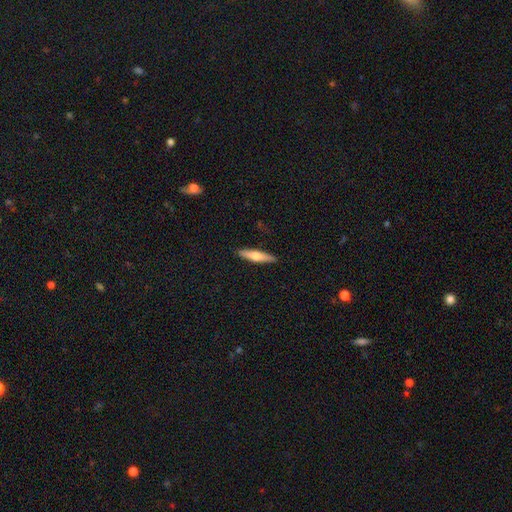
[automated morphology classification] smooth_or_featured: smooth (p=0.54) [alt: featured or disk p=0.40]
how_rounded: cigar-shaped (p=0.82) [alt: in between p=0.16]
merging: none (p=0.90) [alt: minor disturbance p=0.07]